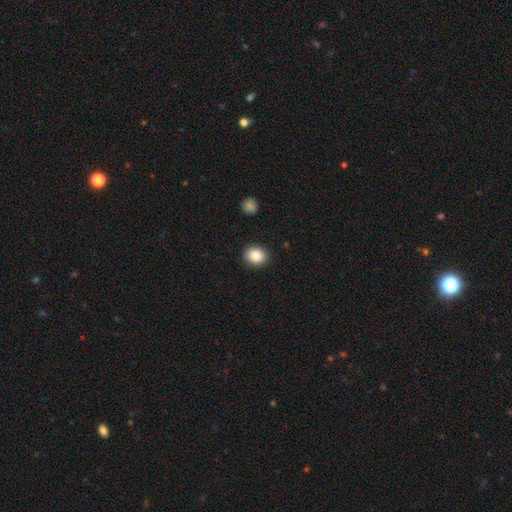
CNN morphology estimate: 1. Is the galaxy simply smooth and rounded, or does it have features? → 88% smooth, 8% star or artifact, 4% featured or disk.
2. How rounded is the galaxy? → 61% round, 38% in between, 1% cigar-shaped.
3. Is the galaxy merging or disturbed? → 89% none, 8% minor disturbance, 2% major disturbance, 1% merger.